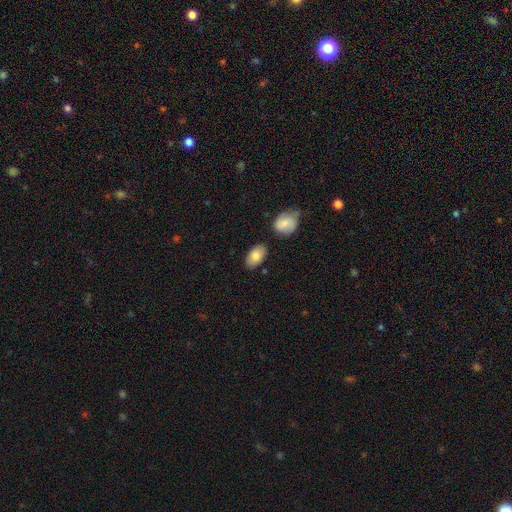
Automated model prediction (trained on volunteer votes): Smooth or featured? Predicted: smooth (p=0.84). How rounded? Predicted: in between (p=0.94). Merging? Predicted: none (p=0.79).